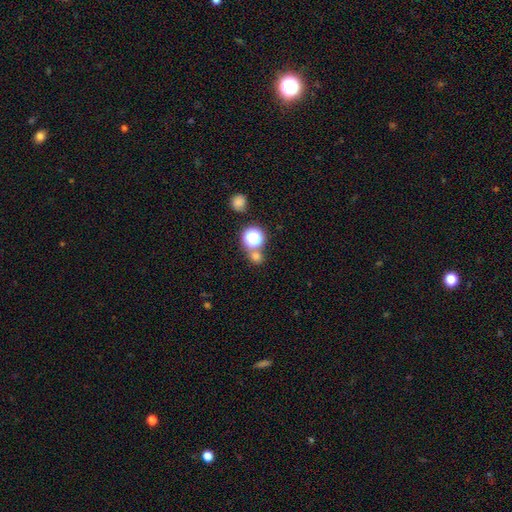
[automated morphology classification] smooth_or_featured: smooth (p=0.66) [alt: star or artifact p=0.27]
how_rounded: round (p=0.81) [alt: in between p=0.18]
merging: none (p=0.63) [alt: merger p=0.26]